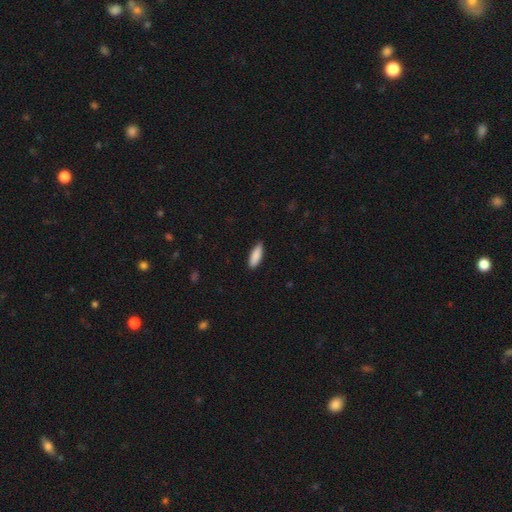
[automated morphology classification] type=smooth (89%); roundness=in between (60%); merging=none (86%).